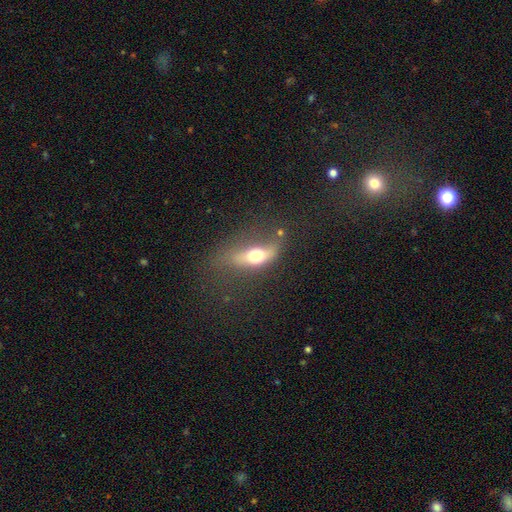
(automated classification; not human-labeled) Smooth or featured?
  - smooth: 50% *
  - featured or disk: 40%
  - star or artifact: 10%
How rounded?
  - in between: 66% *
  - cigar-shaped: 24%
  - round: 11%
Merging?
  - none: 42% *
  - minor disturbance: 26%
  - major disturbance: 25%
  - merger: 6%